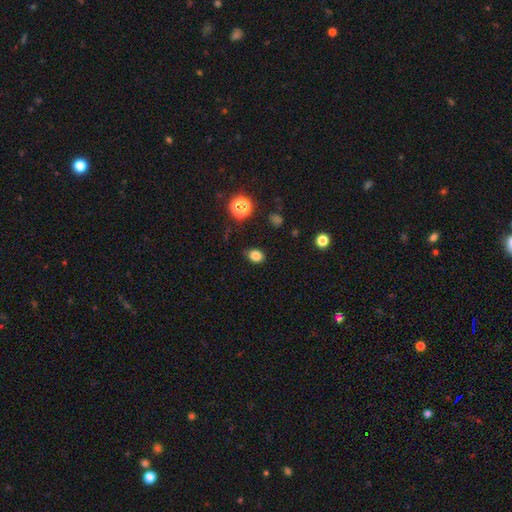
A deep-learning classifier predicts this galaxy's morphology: This is clearly a smooth galaxy (82%). How rounded: possibly in between (54%). Merging: clearly none (82%).